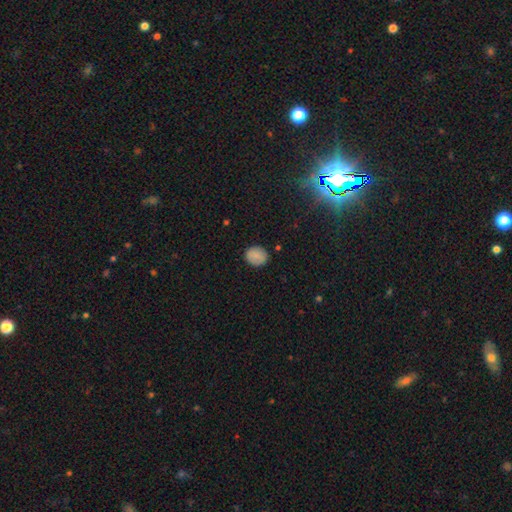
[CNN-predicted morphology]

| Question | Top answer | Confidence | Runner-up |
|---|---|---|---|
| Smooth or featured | smooth | 84% | star or artifact (10%) |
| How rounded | round | 70% | in between (29%) |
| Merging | none | 86% | minor disturbance (10%) |